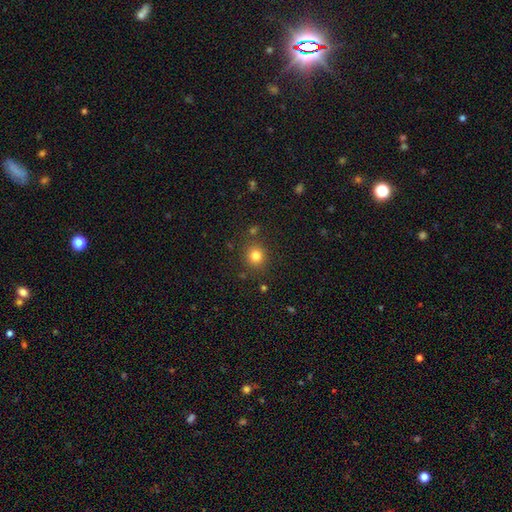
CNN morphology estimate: A smooth galaxy with no disk features (80%) that is round (87%). Merging: none (85%).